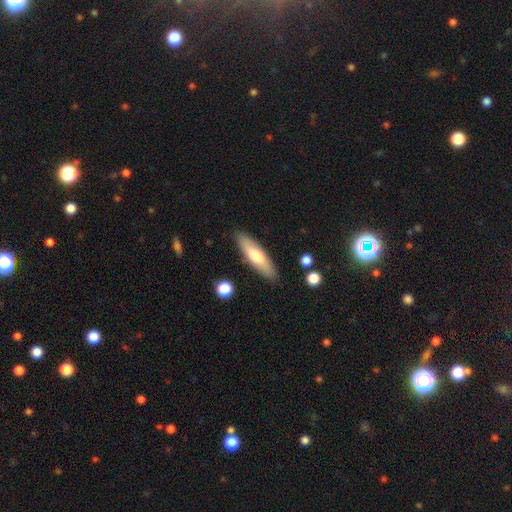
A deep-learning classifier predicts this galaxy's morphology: Smooth or featured? Predicted: smooth (p=0.66). How rounded? Predicted: cigar-shaped (p=0.61). Merging? Predicted: none (p=0.87).